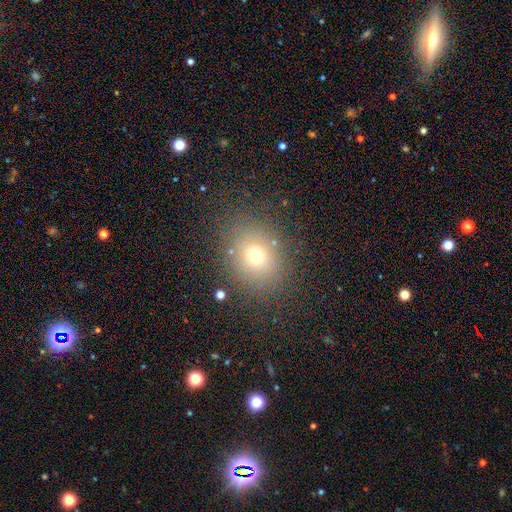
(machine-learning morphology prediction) Overall: smooth (68%). How rounded: round (58%; in between 41%). Merging: none (82%).